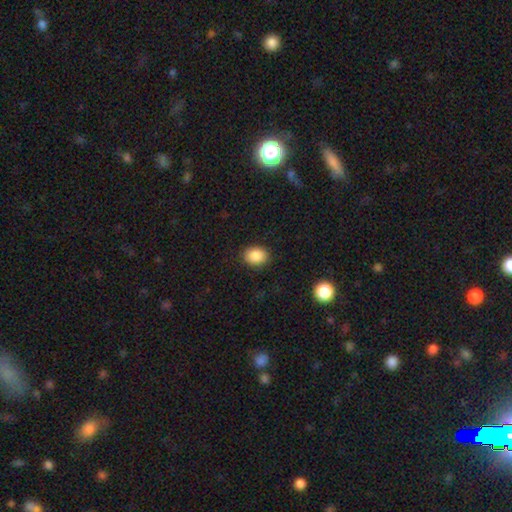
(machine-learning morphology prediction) type=smooth (88%); roundness=in between (55%); merging=none (88%).